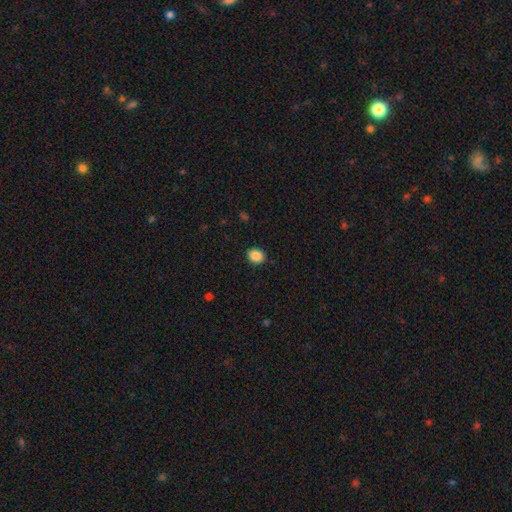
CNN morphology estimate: Smooth or featured? Predicted: smooth (p=0.88). How rounded? Predicted: round (p=0.51). Merging? Predicted: none (p=0.89).